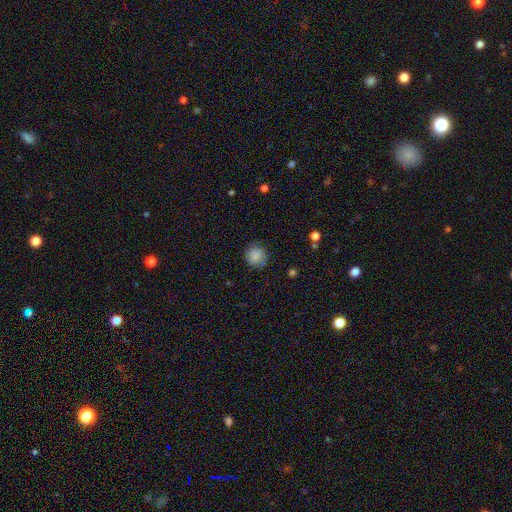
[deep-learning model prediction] Morphology: type=smooth (84%); roundness=round (91%); merging=none (84%).